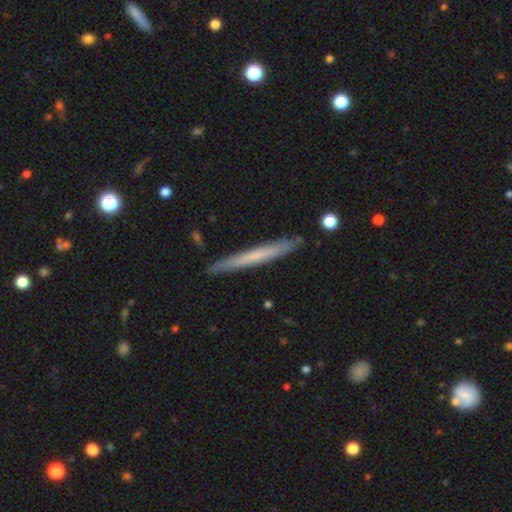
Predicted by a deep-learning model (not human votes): smooth_or_featured: smooth (p=0.53) [alt: featured or disk p=0.41]
how_rounded: cigar-shaped (p=0.97) [alt: in between p=0.02]
merging: none (p=0.89) [alt: minor disturbance p=0.08]